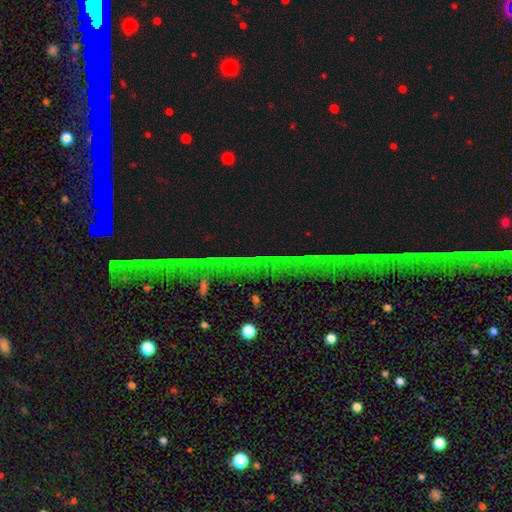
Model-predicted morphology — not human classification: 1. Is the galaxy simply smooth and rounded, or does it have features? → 74% star or artifact, 14% featured or disk, 12% smooth.